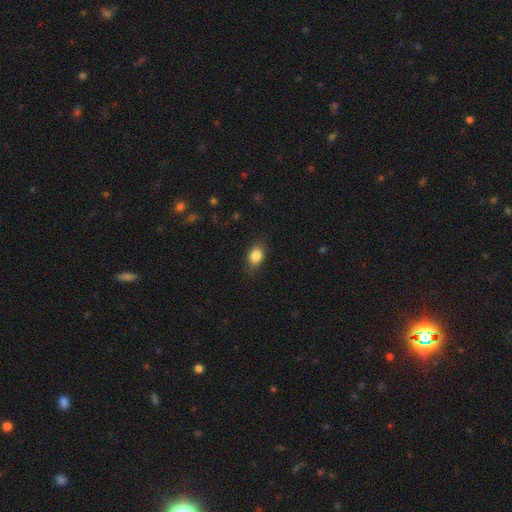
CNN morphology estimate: This is clearly a smooth galaxy (85%). How rounded: likely in between (76%). Merging: clearly none (81%).